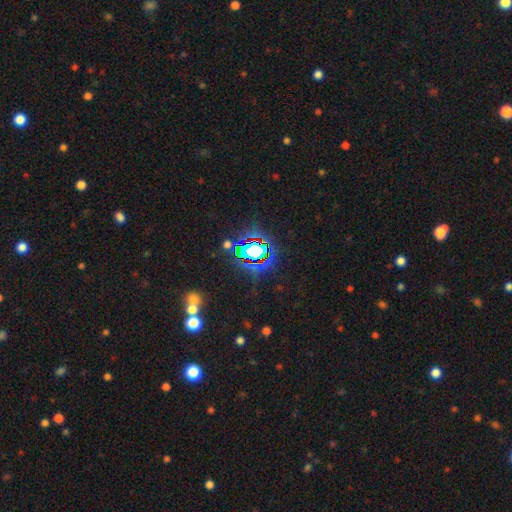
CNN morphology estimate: This appears to be a star or artifact, not a galaxy (76%).